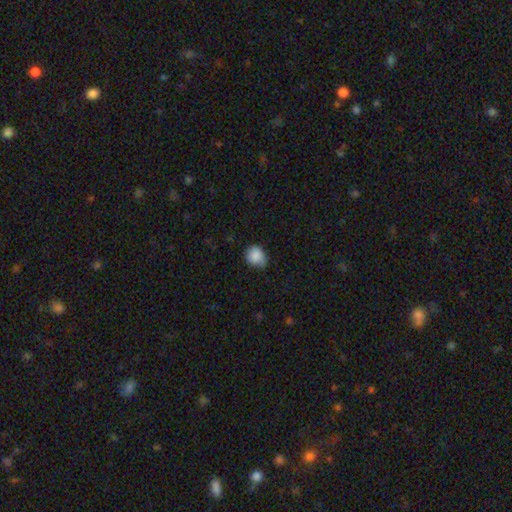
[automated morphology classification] This is clearly a smooth galaxy (88%). How rounded: likely round (71%). Merging: likely none (64%).